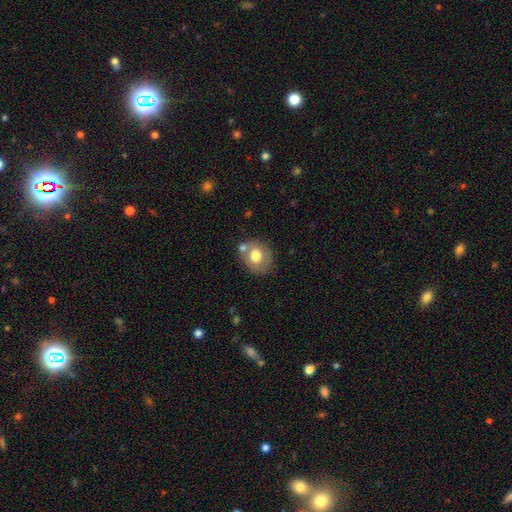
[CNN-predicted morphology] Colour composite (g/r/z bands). It shows a smooth galaxy with no disk features (70%) that is round (62%). Merging: none (62%).